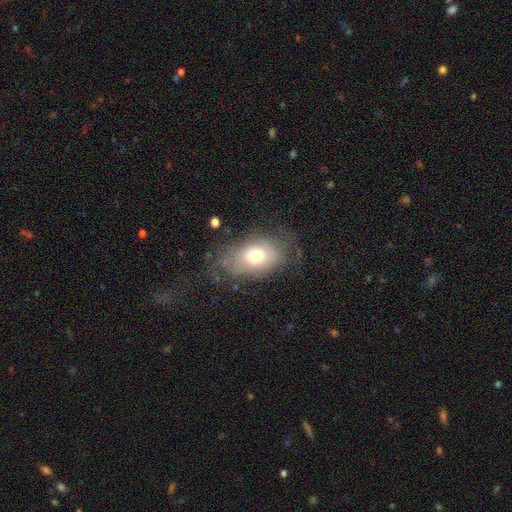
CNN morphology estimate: A smooth galaxy with no disk features (67%) that is in between round and cigar-shaped (86%).

Vote fractions:
- Smooth or featured? smooth: 67% / featured or disk: 23% / star or artifact: 9%
- How rounded? in between: 86% / round: 13% / cigar-shaped: 2%
- Merging? none: 57% / minor disturbance: 25% / major disturbance: 16% / merger: 2%